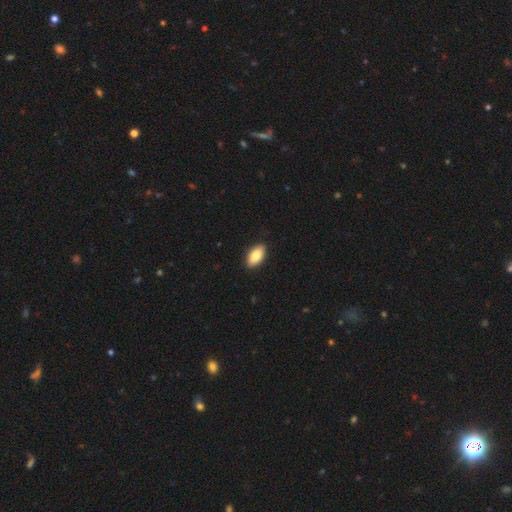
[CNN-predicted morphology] type=smooth (85%); roundness=in between (93%); merging=none (90%).